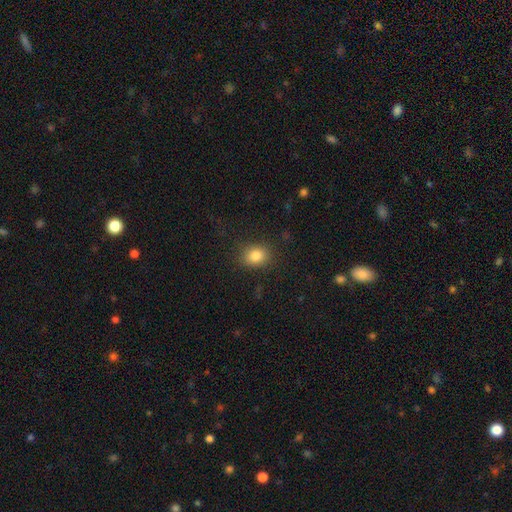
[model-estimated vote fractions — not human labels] Morphology: type=smooth (83%); roundness=in between (53%); merging=none (85%).